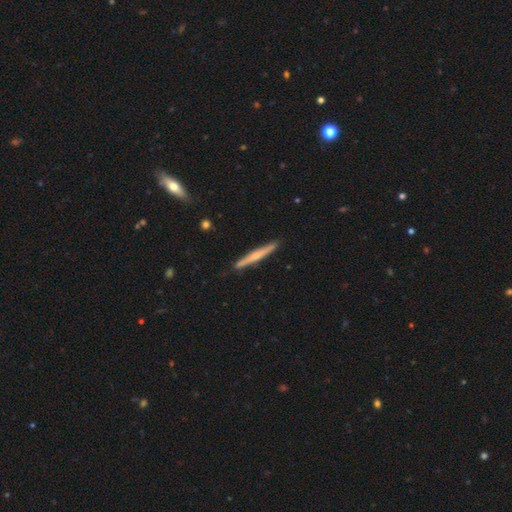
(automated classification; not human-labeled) Smooth or featured?
  - featured or disk: 56% *
  - smooth: 39%
  - star or artifact: 6%
Edge-on disk?
  - yes: 97% *
  - no: 3%
Edge-on bulge?
  - rounded: 61% *
  - none: 33%
  - boxy: 6%
Merging?
  - none: 89% *
  - minor disturbance: 8%
  - merger: 1%
  - major disturbance: 1%